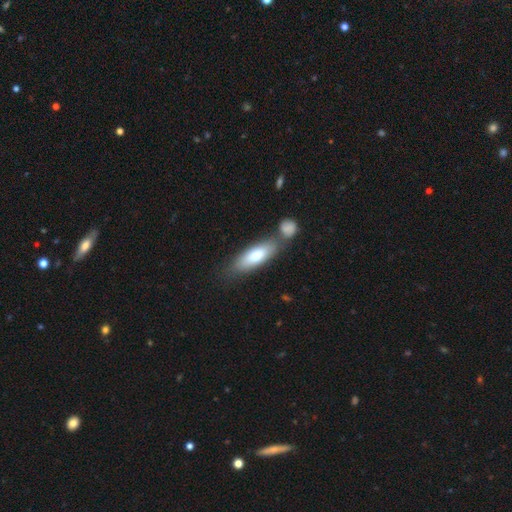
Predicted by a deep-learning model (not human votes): Smooth or featured: smooth — 70% (featured or disk — 24%)
How rounded: in between — 57% (cigar-shaped — 41%)
Merging: none — 59% (merger — 22%)